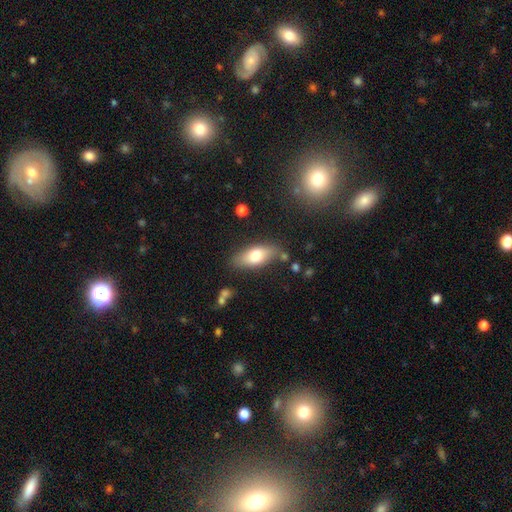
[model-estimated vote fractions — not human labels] Q: Smooth or featured?
A: smooth (71%); runner-up: featured or disk (23%)
Q: How rounded?
A: in between (82%); runner-up: cigar-shaped (15%)
Q: Merging?
A: none (78%); runner-up: minor disturbance (15%)